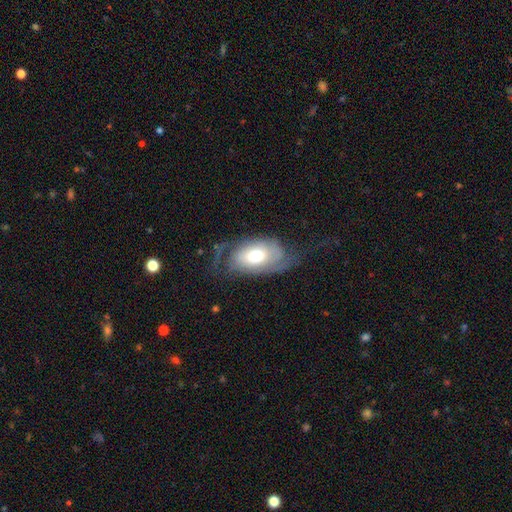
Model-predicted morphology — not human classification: Smooth or featured? Predicted: featured or disk (p=0.66). Edge-on disk? Predicted: no (p=0.94). Bar? Predicted: no (p=0.70). Spiral arms? Predicted: yes (p=0.85). Spiral winding? Predicted: loose (p=0.40). Spiral arm count? Predicted: 2 (p=0.70). Bulge size? Predicted: moderate (p=0.55). Merging? Predicted: none (p=0.53).